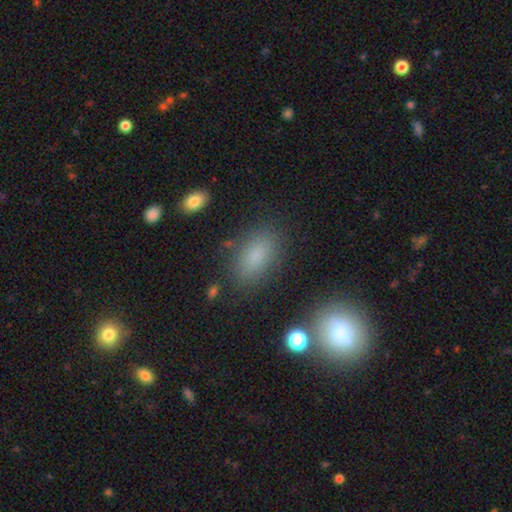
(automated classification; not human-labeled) Smooth or featured: smooth — 81% (star or artifact — 11%)
How rounded: in between — 89% (round — 7%)
Merging: none — 80% (minor disturbance — 12%)